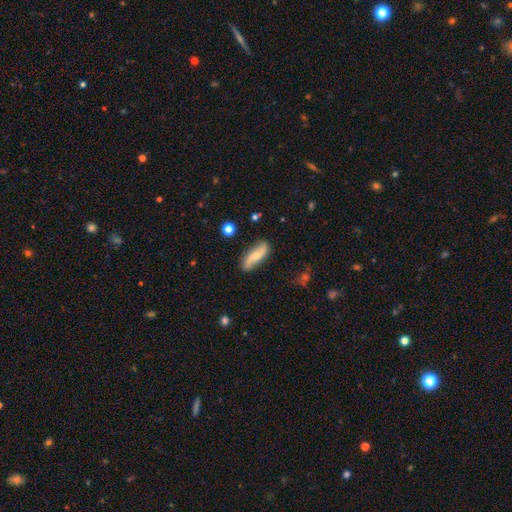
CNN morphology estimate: Smooth or featured? featured or disk (62%)
Edge-on disk? no (84%)
Bar? no (59%)
Spiral arms? yes (90%)
Bulge size? small (54%)
Merging? none (81%)